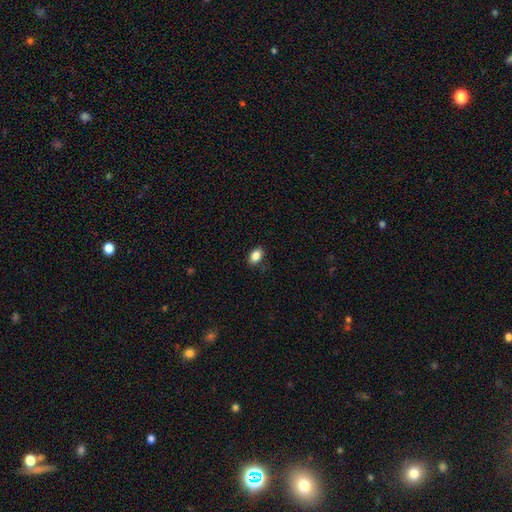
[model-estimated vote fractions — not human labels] Smooth or featured? Predicted: smooth (p=0.86). How rounded? Predicted: in between (p=0.85). Merging? Predicted: none (p=0.85).